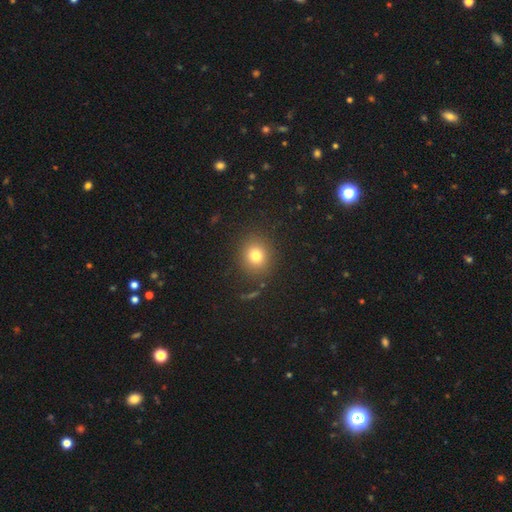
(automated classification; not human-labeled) smooth_or_featured: smooth (p=0.77) [alt: star or artifact p=0.14]
how_rounded: round (p=0.80) [alt: in between p=0.19]
merging: none (p=0.87) [alt: minor disturbance p=0.08]